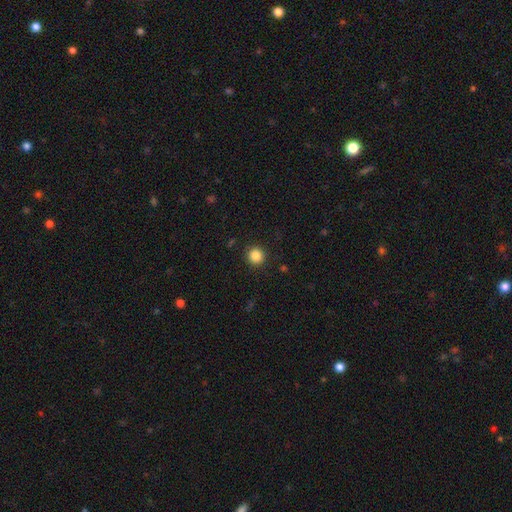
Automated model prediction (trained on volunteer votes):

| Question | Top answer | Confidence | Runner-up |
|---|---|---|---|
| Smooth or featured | smooth | 86% | star or artifact (11%) |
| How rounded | round | 94% | in between (5%) |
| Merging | none | 92% | minor disturbance (5%) |